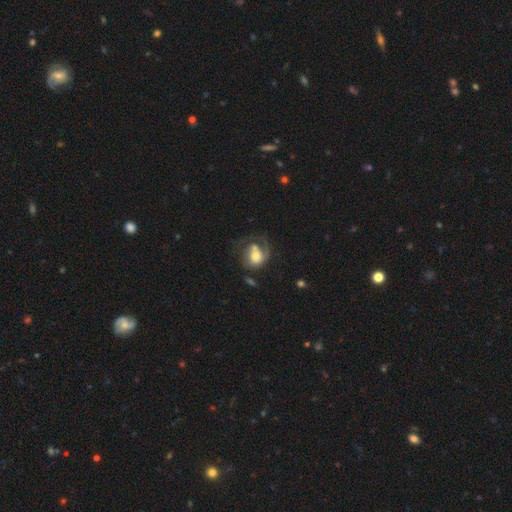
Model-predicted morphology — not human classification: A featured or disk galaxy (62%) with no bar (67%), spiral arms (79%) and a moderate central bulge (58%).

Vote fractions:
- Smooth or featured? featured or disk: 62% / smooth: 31% / star or artifact: 7%
- Edge-on disk? no: 97% / yes: 3%
- Bar? no: 67% / weak: 26% / strong: 7%
- Spiral arms? yes: 79% / no: 21%
- Bulge size? moderate: 58% / small: 20% / large: 17% / none: 3% / dominant: 2%
- Merging? major disturbance: 38% / none: 33% / minor disturbance: 18% / merger: 11%